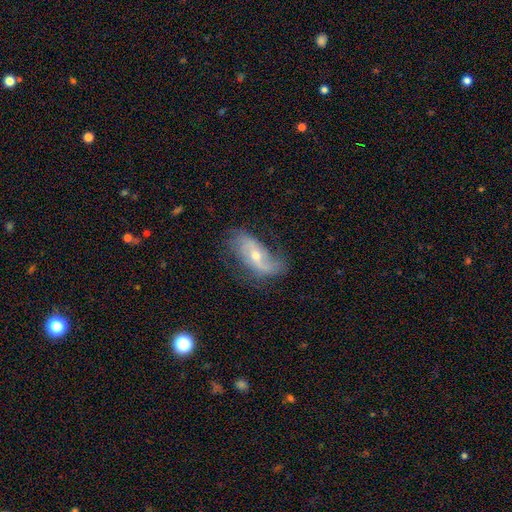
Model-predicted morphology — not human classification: A featured or disk galaxy (76%) with no bar (49%), 2 (79%) loose (64%) spiral arms (88%) and a small central bulge (51%).

Vote fractions:
- Smooth or featured? featured or disk: 76% / smooth: 17% / star or artifact: 7%
- Edge-on disk? no: 91% / yes: 9%
- Bar? no: 49% / weak: 33% / strong: 18%
- Spiral arms? yes: 88% / no: 12%
- Spiral winding? loose: 64% / medium: 25% / tight: 12%
- Spiral arm count? 2: 79% / can't tell: 10% / 1: 7% / 3: 2% / 4: 1% / more than 4: 1%
- Bulge size? small: 51% / moderate: 45% / large: 1% / none: 1% / dominant: 1%
- Merging? none: 59% / minor disturbance: 26% / major disturbance: 13% / merger: 2%